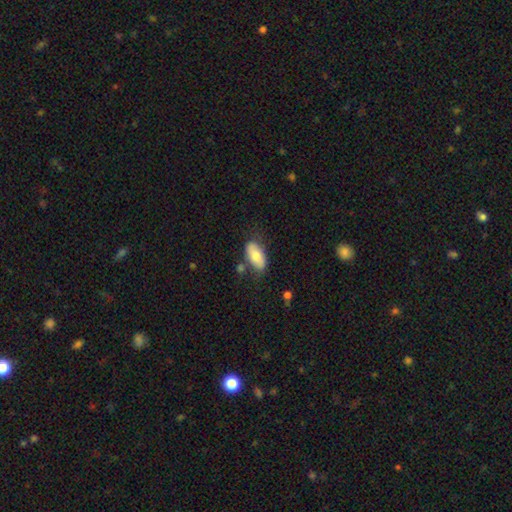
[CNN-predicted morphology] smooth-or-featured: smooth: 73% | featured or disk: 21% | star or artifact: 6%
  how-rounded: in between: 91% | cigar-shaped: 6% | round: 3%
  merging: none: 67% | minor disturbance: 21% | merger: 7% | major disturbance: 5%